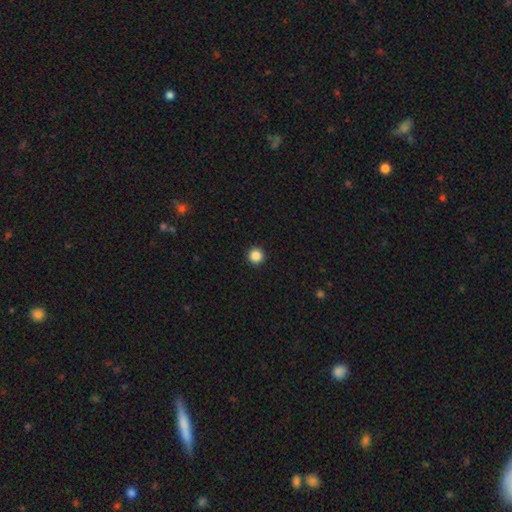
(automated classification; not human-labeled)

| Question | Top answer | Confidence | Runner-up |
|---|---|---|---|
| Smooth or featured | smooth | 87% | star or artifact (10%) |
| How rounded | round | 96% | in between (3%) |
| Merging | none | 94% | minor disturbance (4%) |